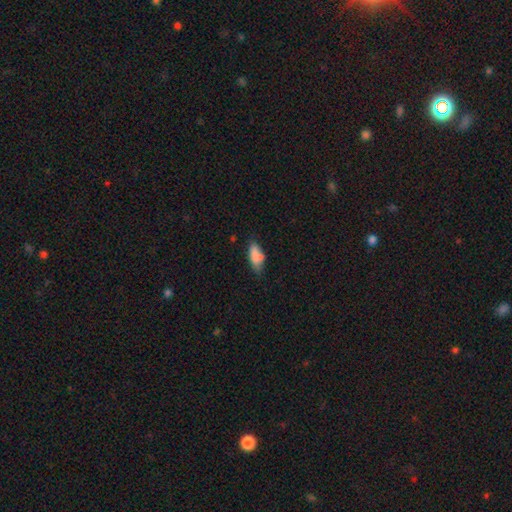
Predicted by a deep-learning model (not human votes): A smooth galaxy with no disk features (81%) that is in between round and cigar-shaped (79%).

Vote fractions:
- Smooth or featured? smooth: 81% / featured or disk: 11% / star or artifact: 8%
- How rounded? in between: 79% / cigar-shaped: 19% / round: 2%
- Merging? none: 54% / minor disturbance: 31% / major disturbance: 8% / merger: 6%